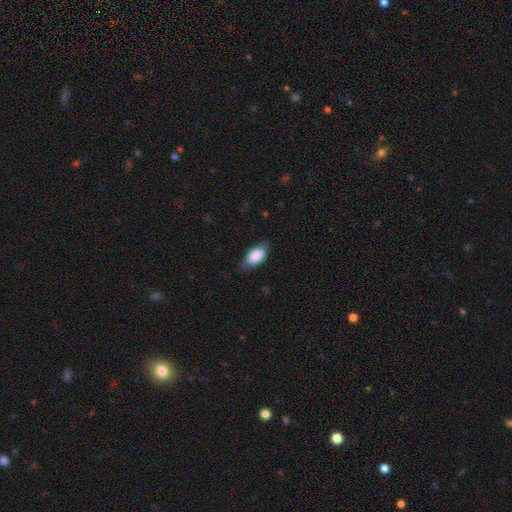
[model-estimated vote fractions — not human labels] Overall: smooth (85%). How rounded: in between (91%). Merging: none (73%).